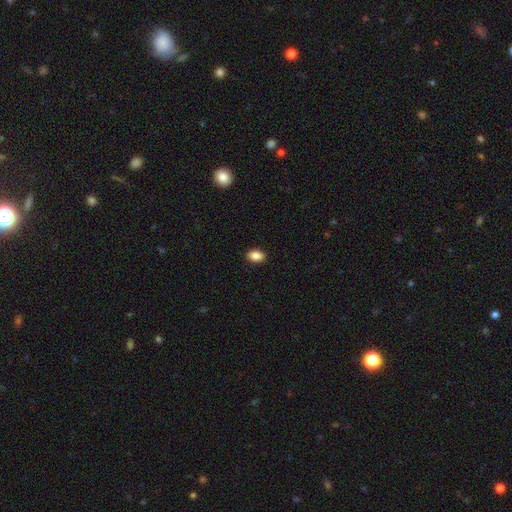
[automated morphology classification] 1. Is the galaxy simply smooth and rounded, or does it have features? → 87% smooth, 9% star or artifact, 4% featured or disk.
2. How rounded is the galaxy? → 82% in between, 17% round, 1% cigar-shaped.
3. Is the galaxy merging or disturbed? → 90% none, 7% minor disturbance, 2% major disturbance, 1% merger.